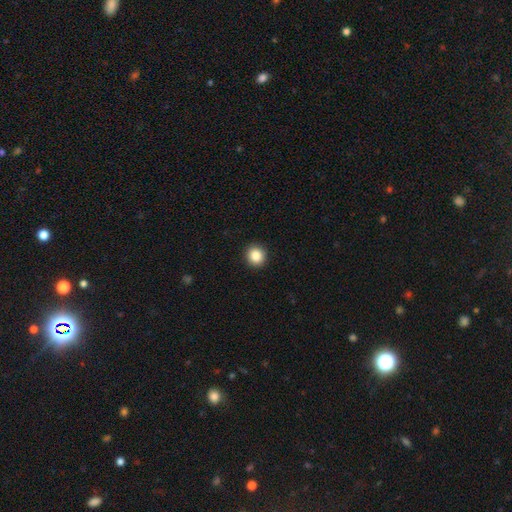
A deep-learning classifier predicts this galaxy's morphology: Q: Smooth or featured?
A: smooth (86%); runner-up: star or artifact (10%)
Q: How rounded?
A: round (90%); runner-up: in between (9%)
Q: Merging?
A: none (93%); runner-up: minor disturbance (5%)